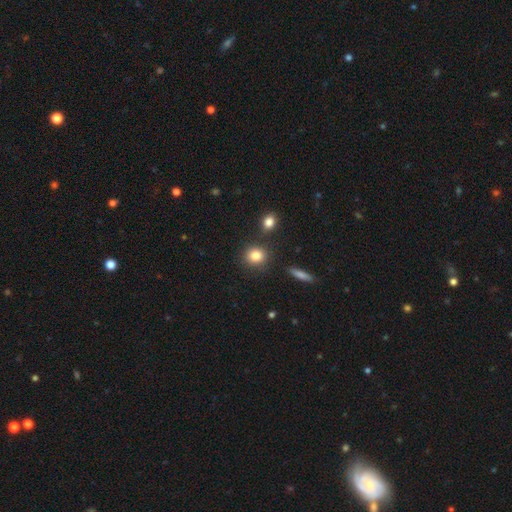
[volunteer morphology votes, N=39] type=smooth (90%); roundness=round (86%); merging=none (92%).